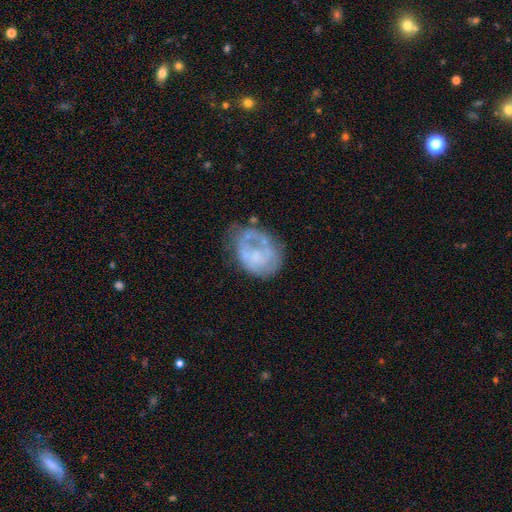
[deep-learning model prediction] The model was most divided on "merging": none: 40%, minor disturbance: 28%, major disturbance: 26%, merger: 6%. Remaining: edge-on disk — no (98%); bar — no (82%); spiral arms — no (68%); smooth or featured — featured or disk (57%); bulge size — none (47%).